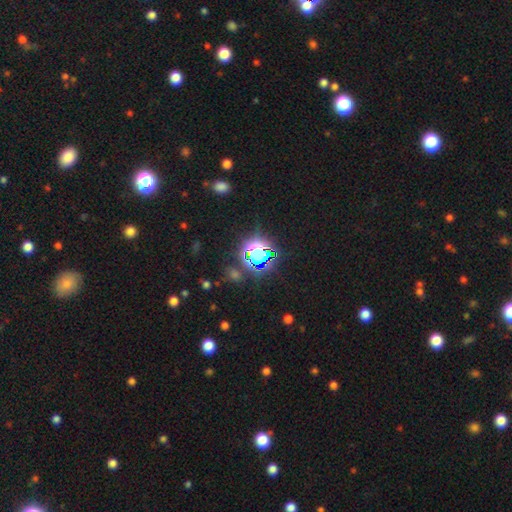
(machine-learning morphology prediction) The model was most divided on "smooth or featured": star or artifact: 75%, smooth: 17%, featured or disk: 8%.